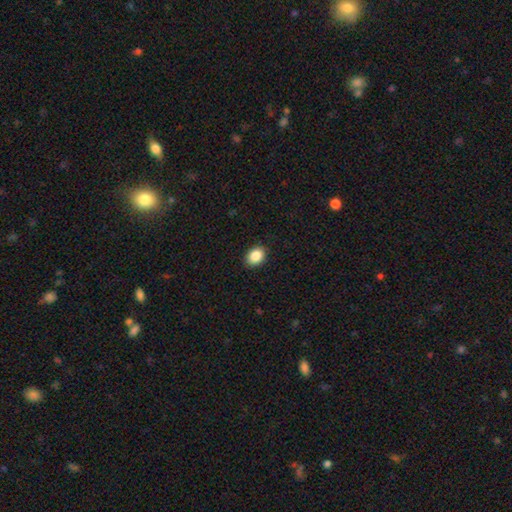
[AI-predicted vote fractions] smooth_or_featured: smooth (p=0.88) [alt: star or artifact p=0.08]
how_rounded: in between (p=0.67) [alt: round p=0.32]
merging: none (p=0.89) [alt: minor disturbance p=0.08]